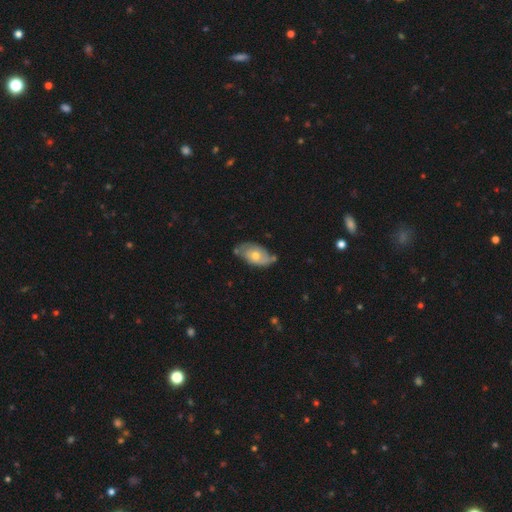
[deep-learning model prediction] Q: Smooth or featured?
A: featured or disk (56%); runner-up: smooth (38%)
Q: Edge-on disk?
A: no (91%); runner-up: yes (9%)
Q: Bar?
A: no (82%); runner-up: weak (15%)
Q: Spiral arms?
A: yes (63%); runner-up: no (37%)
Q: Bulge size?
A: moderate (69%); runner-up: small (24%)
Q: Merging?
A: none (56%); runner-up: minor disturbance (29%)